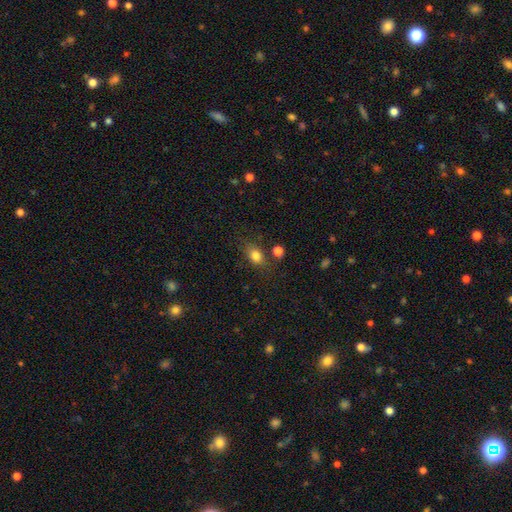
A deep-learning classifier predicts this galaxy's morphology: Smooth or featured? Predicted: smooth (p=0.81). How rounded? Predicted: in between (p=0.69). Merging? Predicted: none (p=0.70).